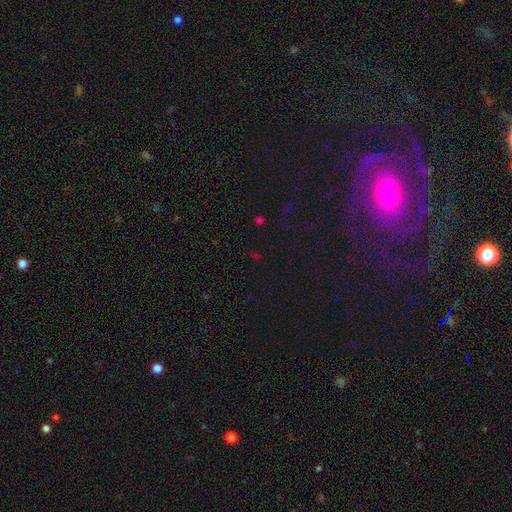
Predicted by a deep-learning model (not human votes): Smooth or featured? Predicted: star or artifact (p=0.63).